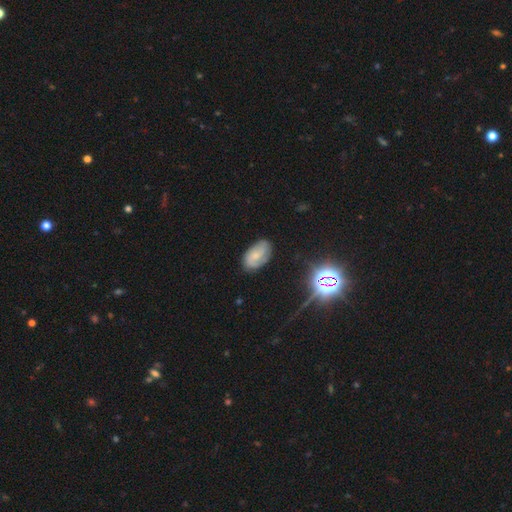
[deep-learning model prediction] Morphology: type=smooth (46%); merging=none (73%).